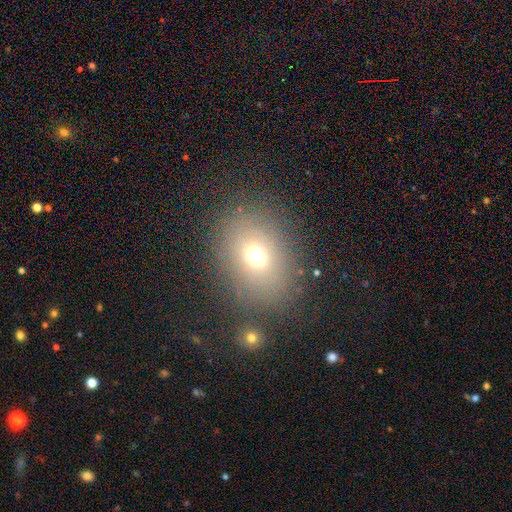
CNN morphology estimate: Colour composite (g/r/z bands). It shows a smooth galaxy with no disk features (65%) that is in between round and cigar-shaped (58%). Merging: none (75%).